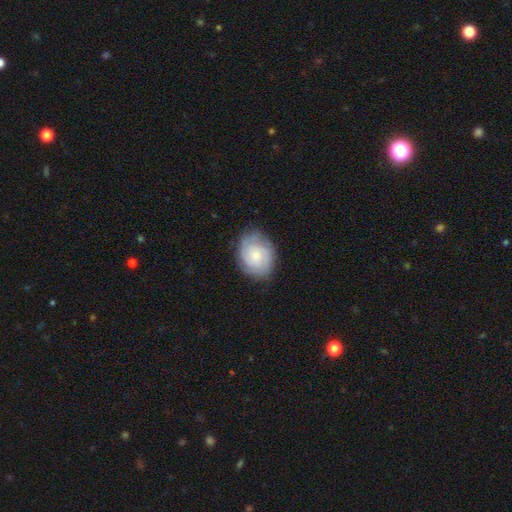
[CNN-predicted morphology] The model was most divided on "spiral arm count": can't tell: 35%, 2: 29%, 3: 21%, 4: 6%, 1: 4%, more than 4: 4%. More confident: edge-on disk — no (98%); spiral arms — yes (91%); merging — none (75%); bar — no (73%); spiral winding — tight (62%); smooth or featured — featured or disk (60%); bulge size — small (56%).